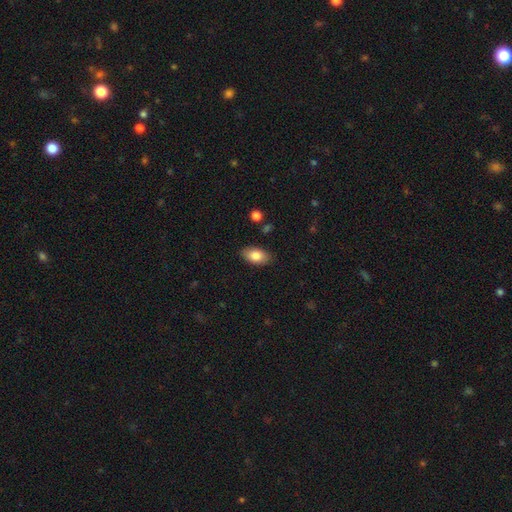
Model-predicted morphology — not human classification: The model was most divided on "smooth or featured": smooth: 82%, featured or disk: 11%, star or artifact: 7%. More confident: how rounded — in between (93%); merging — none (87%).